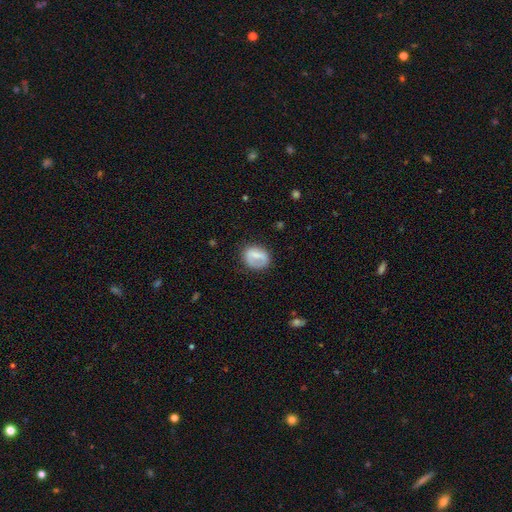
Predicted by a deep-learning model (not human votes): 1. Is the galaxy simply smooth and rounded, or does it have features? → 65% smooth, 27% featured or disk, 8% star or artifact.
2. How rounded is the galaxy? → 54% round, 44% in between, 2% cigar-shaped.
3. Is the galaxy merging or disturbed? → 67% none, 20% minor disturbance, 11% major disturbance, 2% merger.